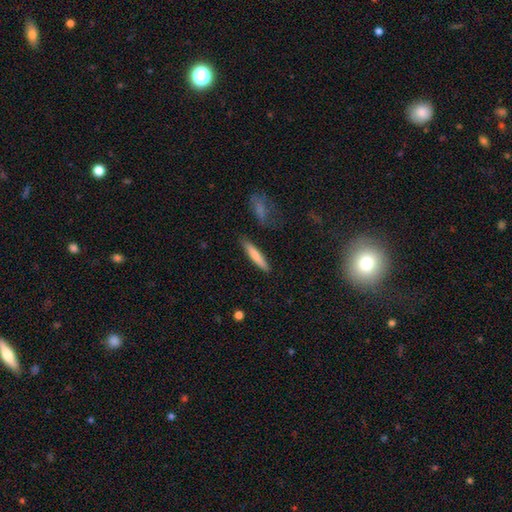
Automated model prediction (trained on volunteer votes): Smooth or featured?
  - smooth: 77% *
  - featured or disk: 18%
  - star or artifact: 6%
How rounded?
  - cigar-shaped: 90% *
  - in between: 9%
  - round: 1%
Merging?
  - none: 86% *
  - minor disturbance: 9%
  - merger: 3%
  - major disturbance: 2%